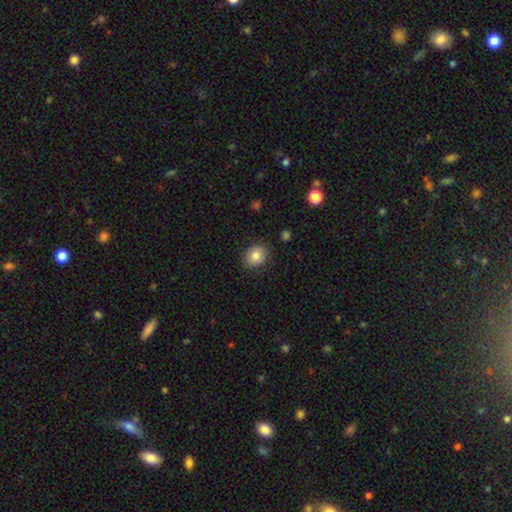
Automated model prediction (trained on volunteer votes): The model was most divided on "how rounded": round: 67%, in between: 32%, cigar-shaped: 1%. More confident: merging — none (86%); smooth or featured — smooth (83%).